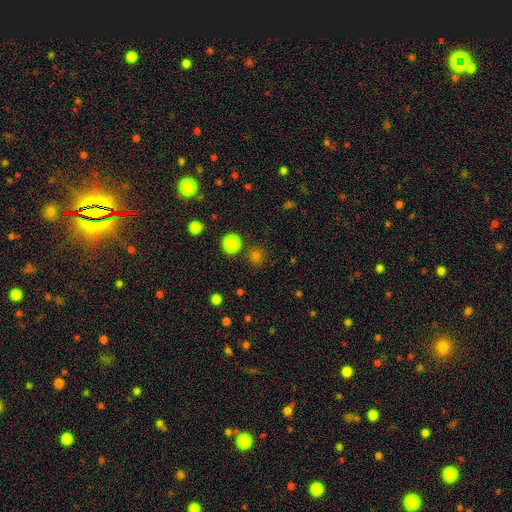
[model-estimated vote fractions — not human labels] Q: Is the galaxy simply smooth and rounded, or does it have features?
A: smooth — 76%.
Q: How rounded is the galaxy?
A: round — 91%.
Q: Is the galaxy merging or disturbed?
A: none — 85%.